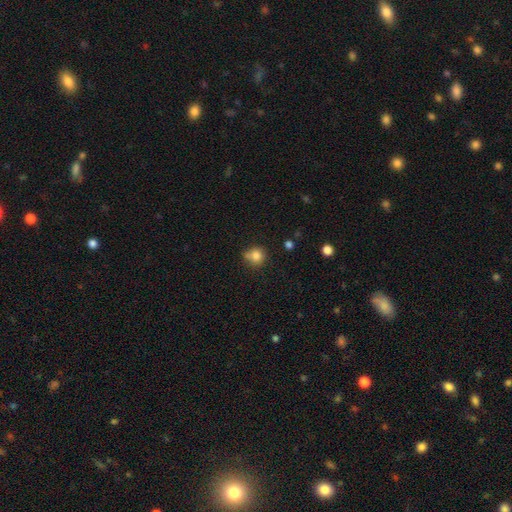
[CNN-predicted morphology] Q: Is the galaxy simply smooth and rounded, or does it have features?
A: smooth — 82%.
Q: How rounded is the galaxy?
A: round — 89%.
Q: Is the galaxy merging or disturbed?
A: none — 64%.